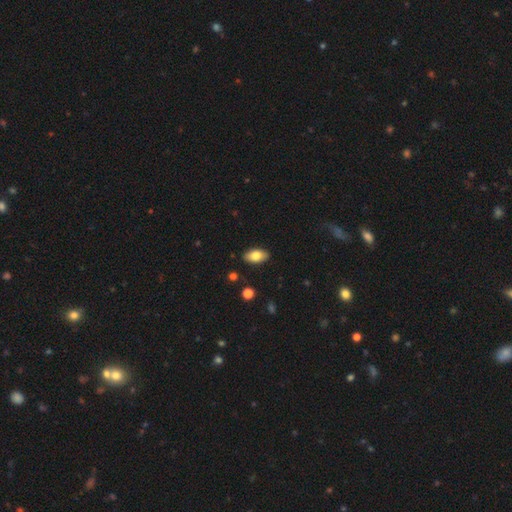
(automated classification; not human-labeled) This appears to be a smooth galaxy with no disk features (79%) that is in between round and cigar-shaped (93%). Merging: none (88%).